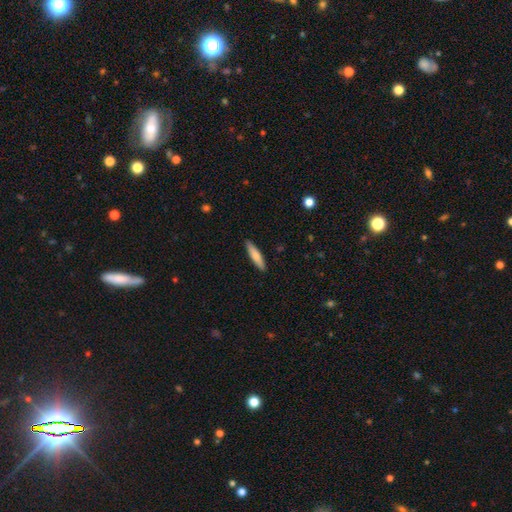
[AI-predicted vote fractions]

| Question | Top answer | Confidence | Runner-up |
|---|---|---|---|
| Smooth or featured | smooth | 75% | featured or disk (20%) |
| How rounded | cigar-shaped | 81% | in between (17%) |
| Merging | none | 90% | minor disturbance (8%) |